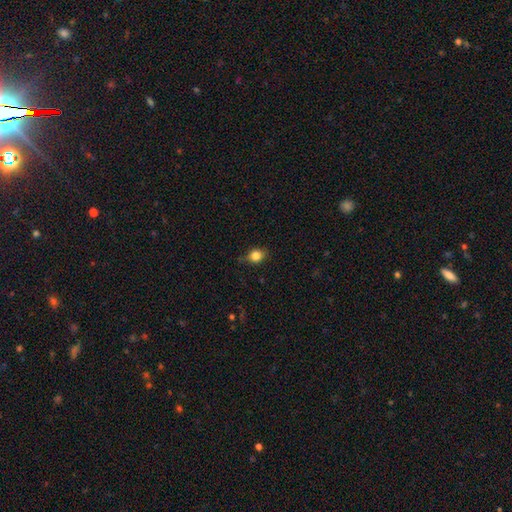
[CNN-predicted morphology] Smooth or featured: smooth — 83% (star or artifact — 11%)
How rounded: round — 65% (in between — 34%)
Merging: none — 74% (minor disturbance — 20%)